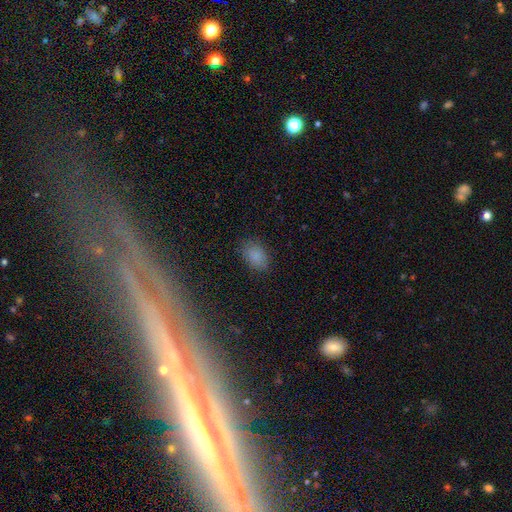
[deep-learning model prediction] smooth-or-featured: smooth: 85% | star or artifact: 10% | featured or disk: 5%
  how-rounded: in between: 83% | round: 15% | cigar-shaped: 1%
  merging: none: 83% | minor disturbance: 13% | major disturbance: 3% | merger: 1%